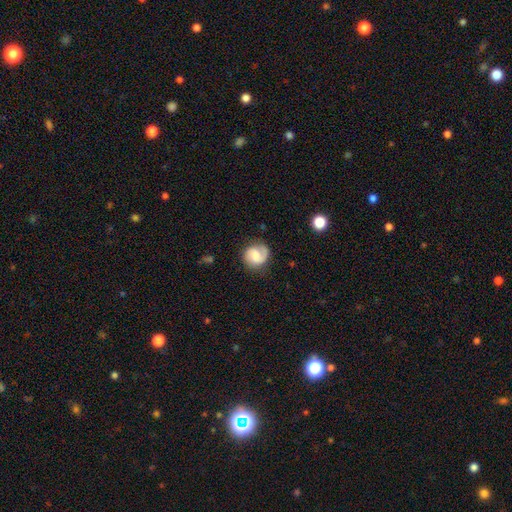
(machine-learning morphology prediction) Q: Smooth or featured?
A: featured or disk (64%); runner-up: smooth (29%)
Q: Edge-on disk?
A: no (98%); runner-up: yes (2%)
Q: Bar?
A: no (47%); runner-up: weak (44%)
Q: Spiral arms?
A: yes (94%); runner-up: no (6%)
Q: Spiral winding?
A: medium (44%); runner-up: tight (31%)
Q: Spiral arm count?
A: 2 (57%); runner-up: 1 (35%)
Q: Bulge size?
A: small (36%); runner-up: moderate (35%)
Q: Merging?
A: none (73%); runner-up: minor disturbance (17%)